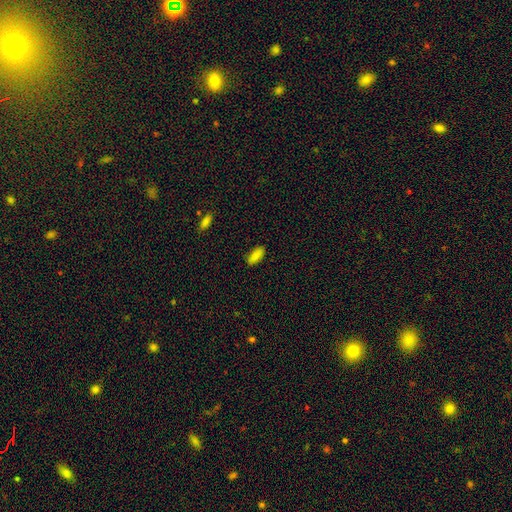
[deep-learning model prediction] This is clearly a smooth galaxy (83%). How rounded: clearly in between (86%). Merging: clearly none (86%).